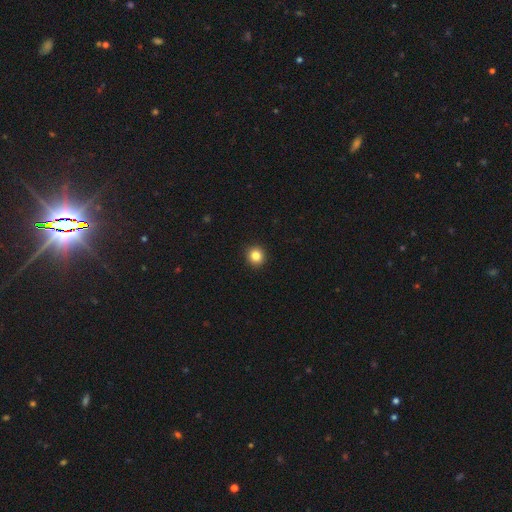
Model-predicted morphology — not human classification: smooth-or-featured: smooth: 84% | star or artifact: 11% | featured or disk: 5%
  how-rounded: round: 93% | in between: 6% | cigar-shaped: 1%
  merging: none: 93% | minor disturbance: 4% | major disturbance: 1% | merger: 1%